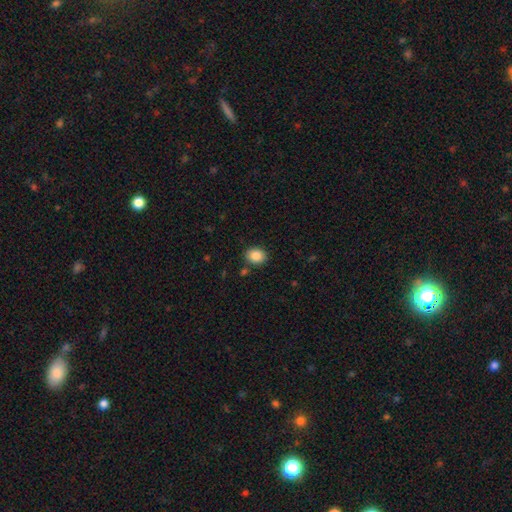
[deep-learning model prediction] Smooth or featured?
  - smooth: 86% *
  - star or artifact: 9%
  - featured or disk: 5%
How rounded?
  - round: 54% *
  - in between: 45%
  - cigar-shaped: 1%
Merging?
  - none: 86% *
  - minor disturbance: 9%
  - merger: 3%
  - major disturbance: 2%